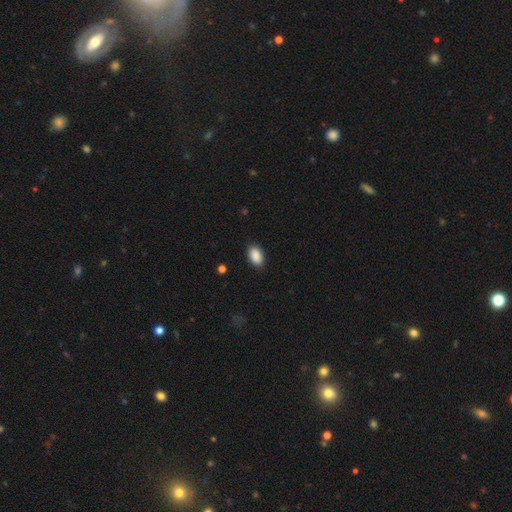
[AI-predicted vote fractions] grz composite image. It shows a smooth galaxy with no disk features (90%) that is in between round and cigar-shaped (92%). Merging: none (88%).